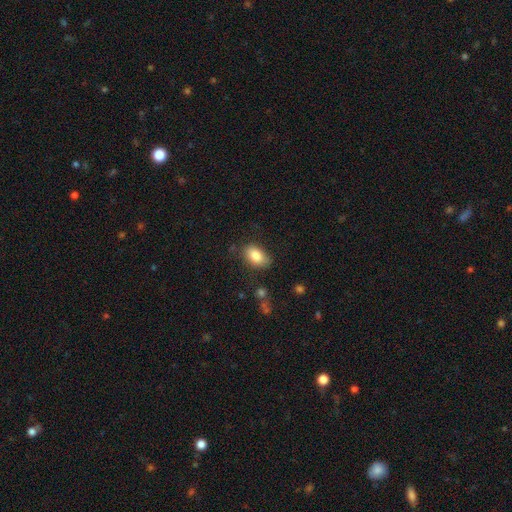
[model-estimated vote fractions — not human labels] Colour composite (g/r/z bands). It shows a smooth galaxy with no disk features (84%) that is in between round and cigar-shaped (90%). Merging: none (77%).